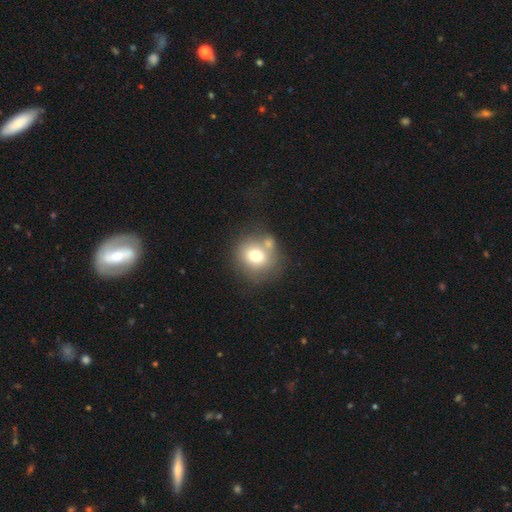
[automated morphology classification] Overall: smooth (72%). How rounded: round (82%). Merging: none (56%; merger 25%).